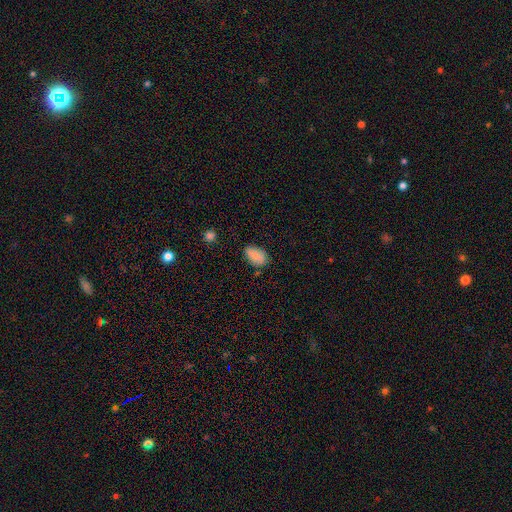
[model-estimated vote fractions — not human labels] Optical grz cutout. It shows a smooth galaxy with no disk features (83%) that is in between round and cigar-shaped (91%). Merging: none (71%).